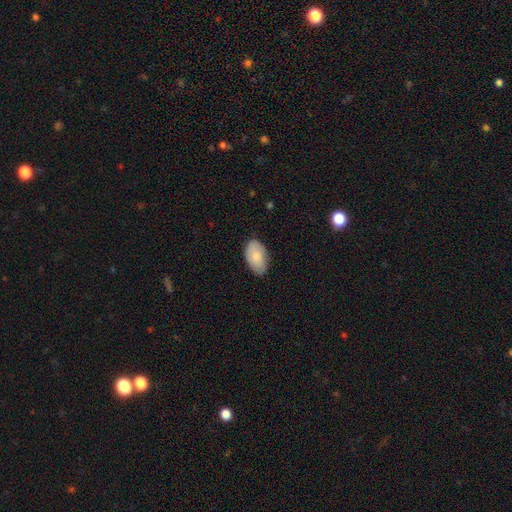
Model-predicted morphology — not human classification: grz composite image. It shows a smooth galaxy with no disk features (83%) that is in between round and cigar-shaped (95%). Merging: none (81%).